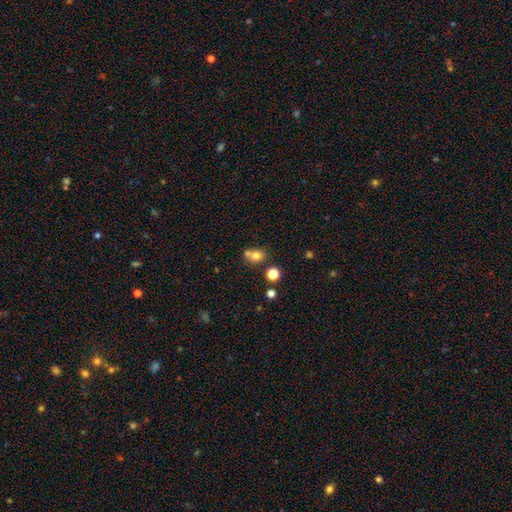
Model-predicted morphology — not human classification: A smooth galaxy with no disk features (75%) that is round (64%).

Vote fractions:
- Smooth or featured? smooth: 75% / star or artifact: 14% / featured or disk: 11%
- How rounded? round: 64% / in between: 35% / cigar-shaped: 1%
- Merging? none: 45% / merger: 39% / minor disturbance: 11% / major disturbance: 4%